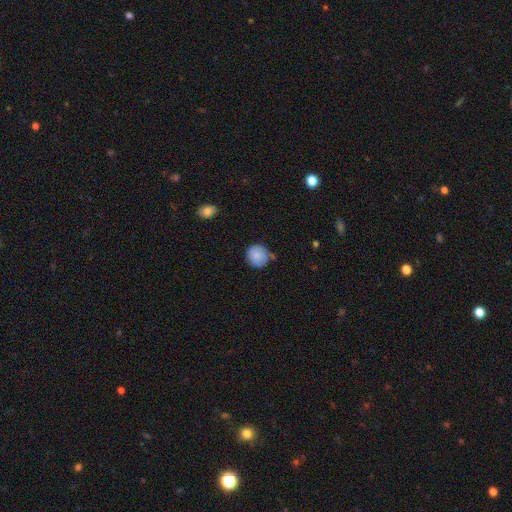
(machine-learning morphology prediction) type=smooth (82%); roundness=round (86%); merging=none (67%).